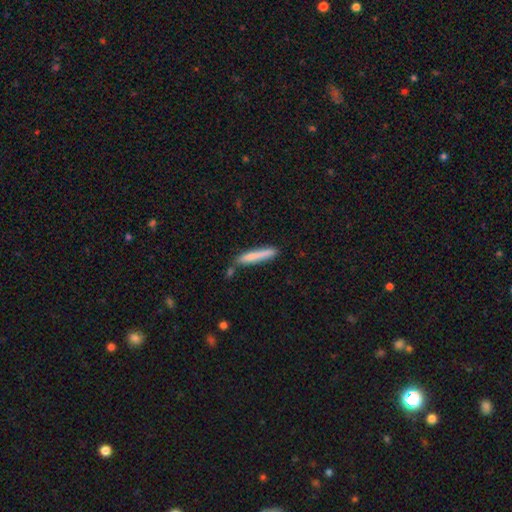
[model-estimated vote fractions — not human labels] smooth-or-featured: smooth: 77% | featured or disk: 17% | star or artifact: 6%
  how-rounded: cigar-shaped: 93% | in between: 5% | round: 1%
  merging: none: 75% | minor disturbance: 15% | merger: 7% | major disturbance: 3%